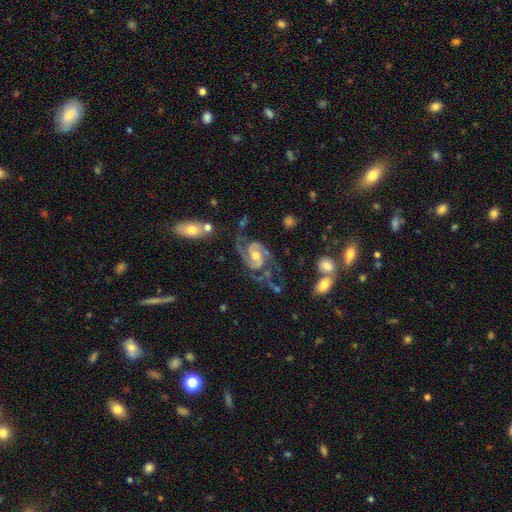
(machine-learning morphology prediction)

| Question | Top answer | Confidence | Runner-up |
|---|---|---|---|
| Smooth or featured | featured or disk | 92% | star or artifact (5%) |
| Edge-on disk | no | 98% | yes (2%) |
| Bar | no | 49% | weak (37%) |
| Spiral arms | yes | 98% | no (2%) |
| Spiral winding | medium | 53% | tight (35%) |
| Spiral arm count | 2 | 85% | 3 (7%) |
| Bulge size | moderate | 64% | small (27%) |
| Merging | none | 61% | minor disturbance (20%) |